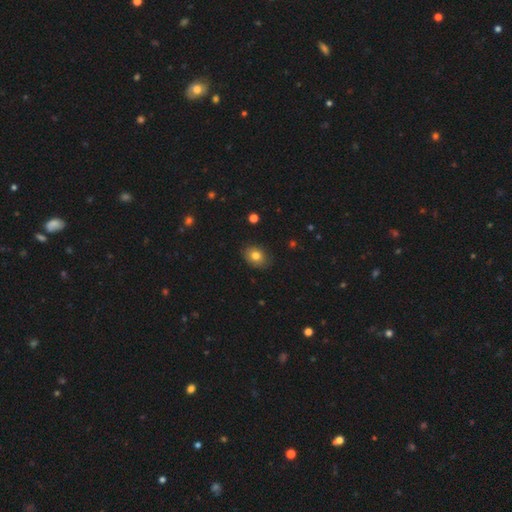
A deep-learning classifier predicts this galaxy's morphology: A smooth galaxy with no disk features (80%) that is in between round and cigar-shaped (58%).

Vote fractions:
- Smooth or featured? smooth: 80% / star or artifact: 10% / featured or disk: 10%
- How rounded? in between: 58% / round: 41% / cigar-shaped: 1%
- Merging? none: 85% / minor disturbance: 12% / major disturbance: 2% / merger: 1%